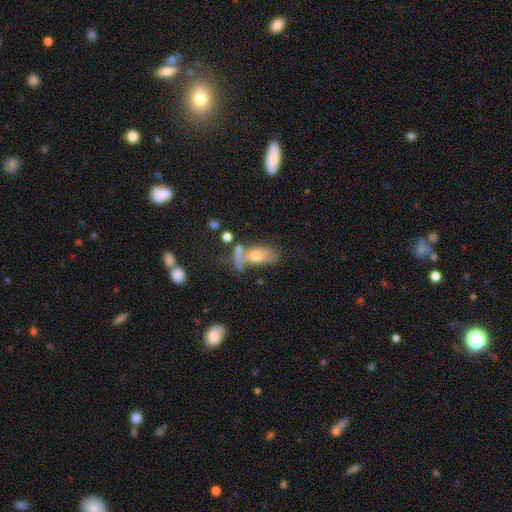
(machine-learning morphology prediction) type=smooth (58%); roundness=in between (83%); merging=merger (32%).